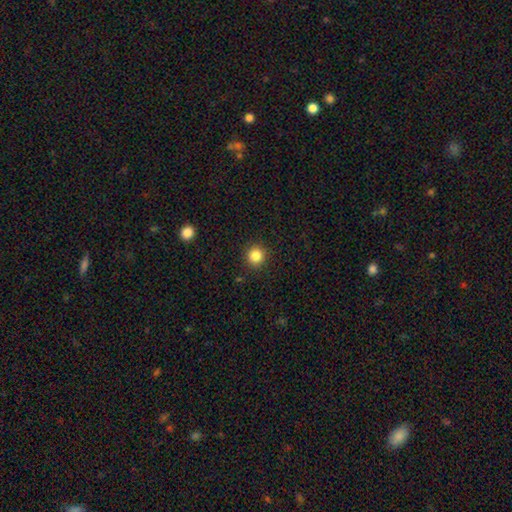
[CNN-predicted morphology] Q: Smooth or featured?
A: smooth (84%); runner-up: star or artifact (11%)
Q: How rounded?
A: round (94%); runner-up: in between (5%)
Q: Merging?
A: none (91%); runner-up: minor disturbance (6%)